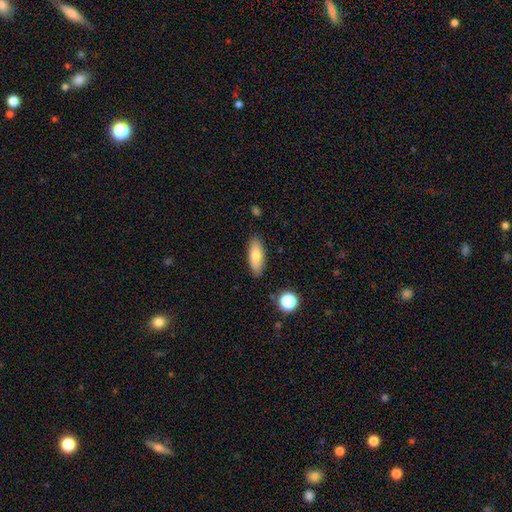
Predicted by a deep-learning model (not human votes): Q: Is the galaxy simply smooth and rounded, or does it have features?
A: smooth — 78%.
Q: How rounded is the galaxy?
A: in between — 74%.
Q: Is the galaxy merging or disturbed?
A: none — 85%.